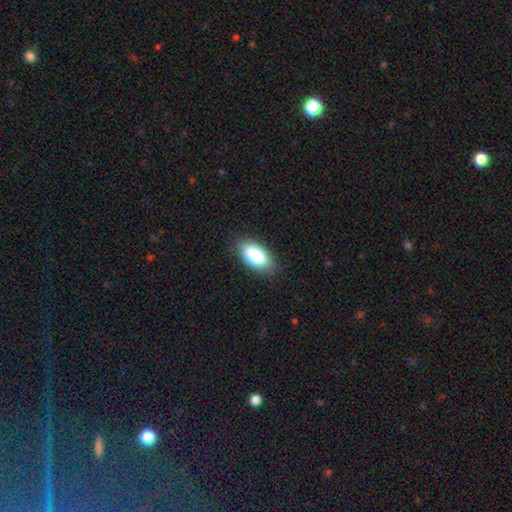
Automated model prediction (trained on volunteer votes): smooth_or_featured: smooth (p=0.85) [alt: featured or disk p=0.08]
how_rounded: in between (p=0.92) [alt: cigar-shaped p=0.05]
merging: none (p=0.84) [alt: minor disturbance p=0.12]